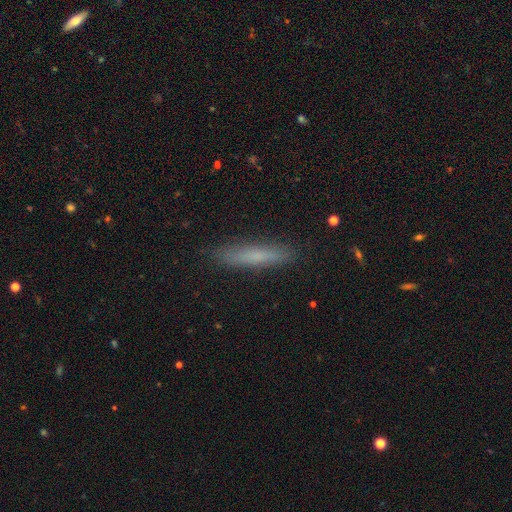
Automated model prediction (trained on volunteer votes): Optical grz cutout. It shows a smooth galaxy with no disk features (69%) that is cigar-shaped (92%). Merging: none (89%).